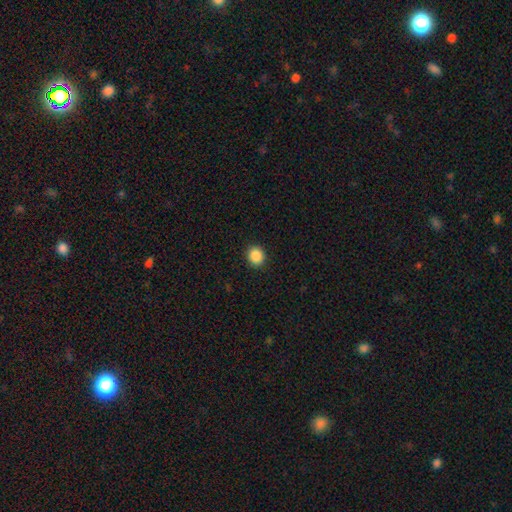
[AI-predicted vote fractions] Morphology: type=smooth (88%); roundness=round (77%); merging=none (92%).